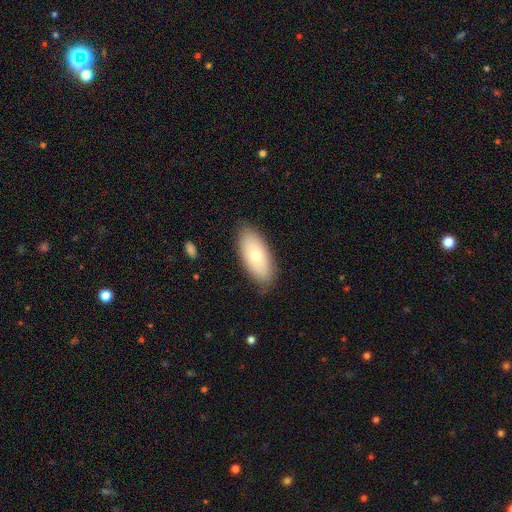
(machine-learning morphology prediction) smooth_or_featured: smooth (p=0.73) [alt: featured or disk p=0.21]
how_rounded: in between (p=0.89) [alt: cigar-shaped p=0.08]
merging: none (p=0.84) [alt: minor disturbance p=0.13]